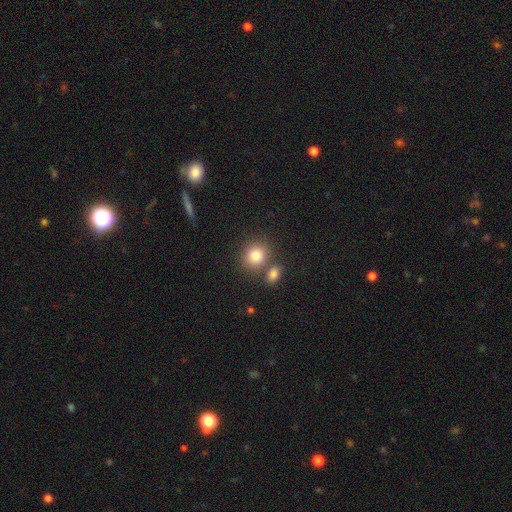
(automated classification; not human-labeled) Smooth or featured?
  - smooth: 83% *
  - star or artifact: 10%
  - featured or disk: 7%
How rounded?
  - round: 78% *
  - in between: 21%
  - cigar-shaped: 1%
Merging?
  - none: 61% *
  - merger: 26%
  - minor disturbance: 10%
  - major disturbance: 4%